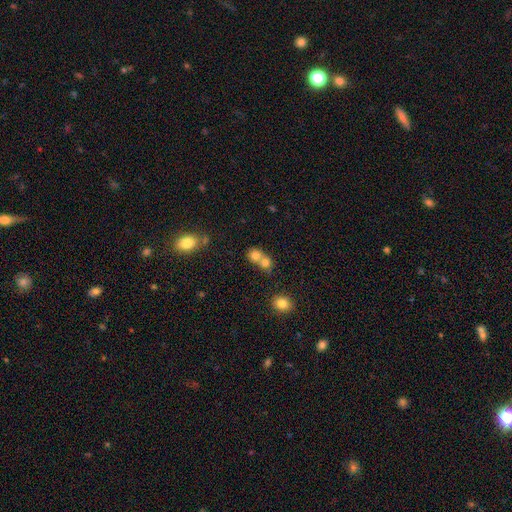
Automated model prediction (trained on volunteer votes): Smooth or featured: smooth — 77% (star or artifact — 12%)
How rounded: round — 79% (in between — 20%)
Merging: merger — 59% (none — 33%)